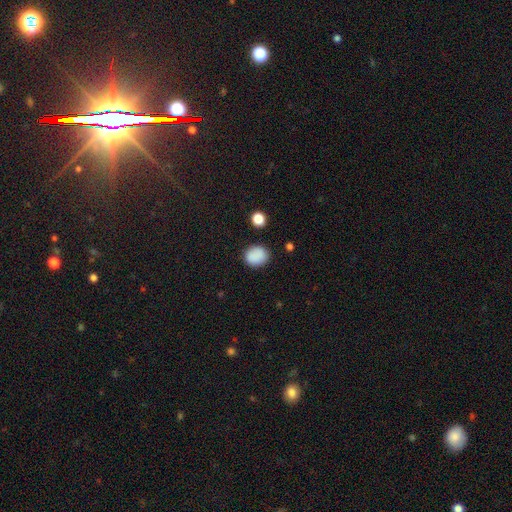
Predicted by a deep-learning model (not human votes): Smooth or featured?
  - smooth: 87% *
  - star or artifact: 9%
  - featured or disk: 4%
How rounded?
  - round: 72% *
  - in between: 27%
  - cigar-shaped: 1%
Merging?
  - none: 84% *
  - minor disturbance: 11%
  - major disturbance: 3%
  - merger: 2%